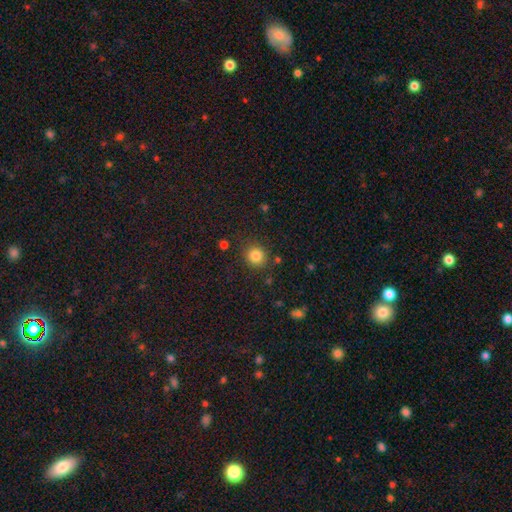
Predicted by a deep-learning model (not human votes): Morphology: type=smooth (83%); roundness=round (87%); merging=none (84%).